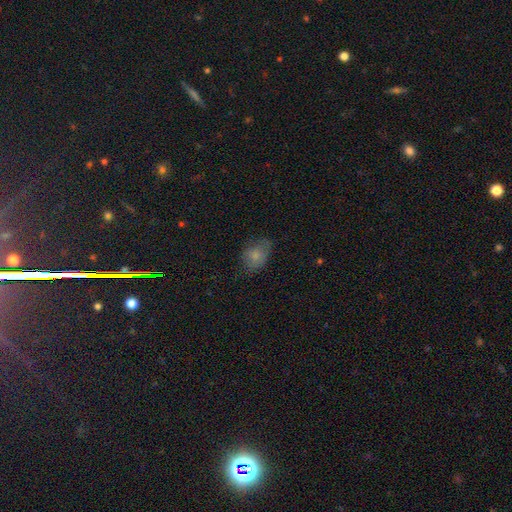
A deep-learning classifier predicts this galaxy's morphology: smooth 75%, featured or disk 15%, star or artifact 10%. Down the decision tree: how rounded — in between (69%); merging — none (58%).